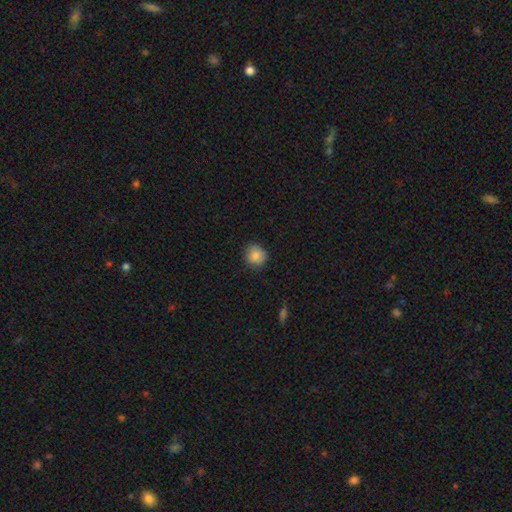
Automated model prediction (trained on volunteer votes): Q: Smooth or featured?
A: smooth (87%); runner-up: star or artifact (9%)
Q: How rounded?
A: round (90%); runner-up: in between (9%)
Q: Merging?
A: none (87%); runner-up: minor disturbance (10%)